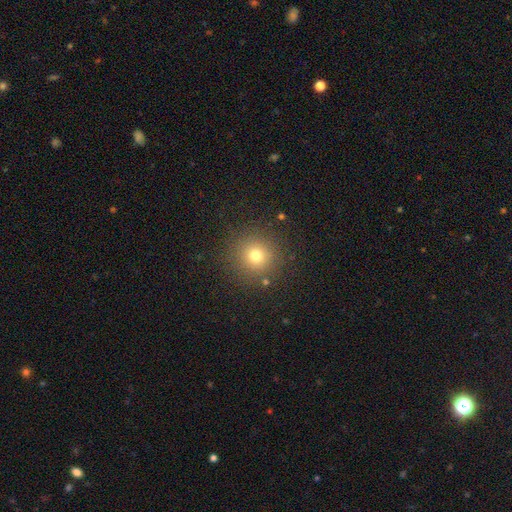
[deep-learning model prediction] A smooth galaxy with no disk features (74%) that is round (94%). Merging: none (88%).